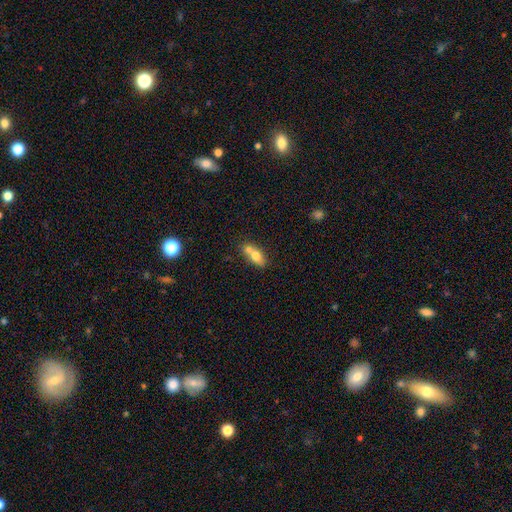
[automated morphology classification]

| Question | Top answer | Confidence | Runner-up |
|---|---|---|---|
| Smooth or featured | smooth | 69% | featured or disk (23%) |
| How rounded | in between | 73% | round (15%) |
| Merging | merger | 52% | none (34%) |